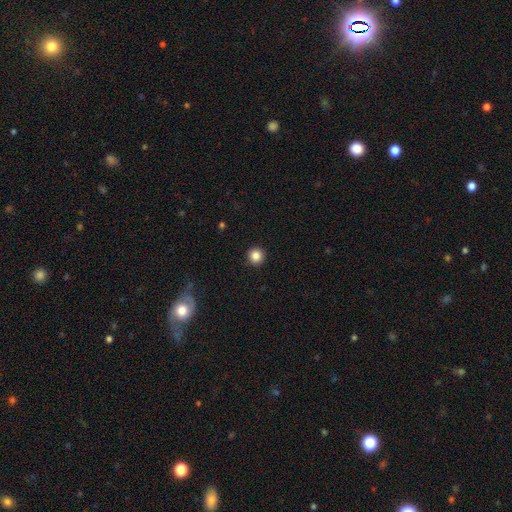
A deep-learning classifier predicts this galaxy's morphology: The model was most divided on "smooth or featured": smooth: 85%, star or artifact: 10%, featured or disk: 4%. More confident: how rounded — round (95%); merging — none (93%).